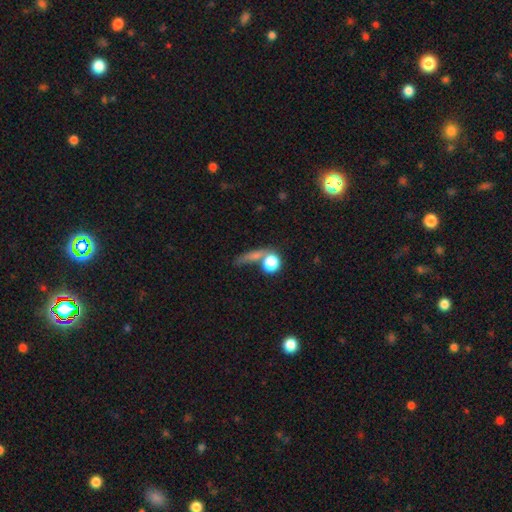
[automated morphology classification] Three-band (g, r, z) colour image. It shows a smooth galaxy with no disk features (64%) that is round (51%). Merging: none (53%).